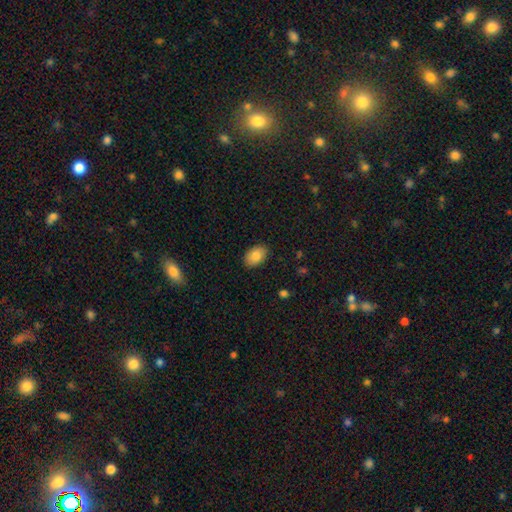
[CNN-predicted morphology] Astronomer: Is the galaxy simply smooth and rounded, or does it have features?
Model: smooth — 84%.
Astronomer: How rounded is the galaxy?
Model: in between — 88%.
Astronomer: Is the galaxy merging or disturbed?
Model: none — 87%.